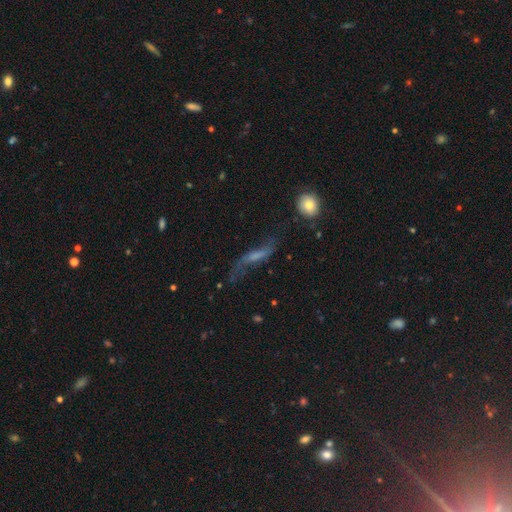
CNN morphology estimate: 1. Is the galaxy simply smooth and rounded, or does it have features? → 63% featured or disk, 24% smooth, 14% star or artifact.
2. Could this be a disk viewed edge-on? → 70% no, 30% yes.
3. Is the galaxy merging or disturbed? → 53% none, 21% minor disturbance, 21% major disturbance, 4% merger.